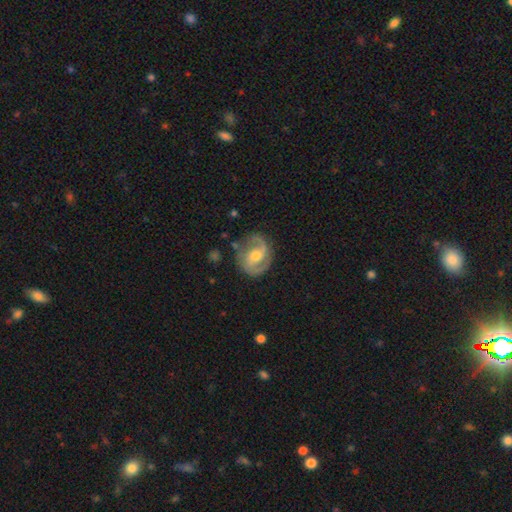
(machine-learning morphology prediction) smooth_or_featured: featured or disk (p=0.85) [alt: smooth p=0.10]
disk_edge_on: no (p=0.98) [alt: yes p=0.02]
bar: weak (p=0.46) [alt: no p=0.32]
has_spiral_arms: yes (p=0.95) [alt: no p=0.05]
spiral_winding: medium (p=0.54) [alt: tight p=0.24]
spiral_arm_count: 2 (p=0.89) [alt: can't tell p=0.04]
bulge_size: moderate (p=0.66) [alt: small p=0.28]
merging: none (p=0.77) [alt: minor disturbance p=0.16]